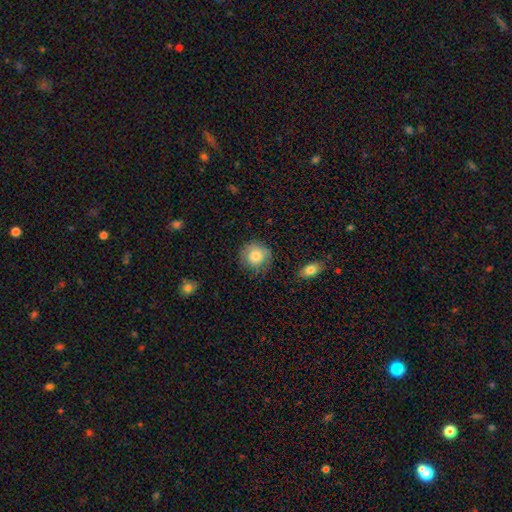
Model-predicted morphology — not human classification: type=smooth (71%); roundness=round (89%); merging=none (72%).